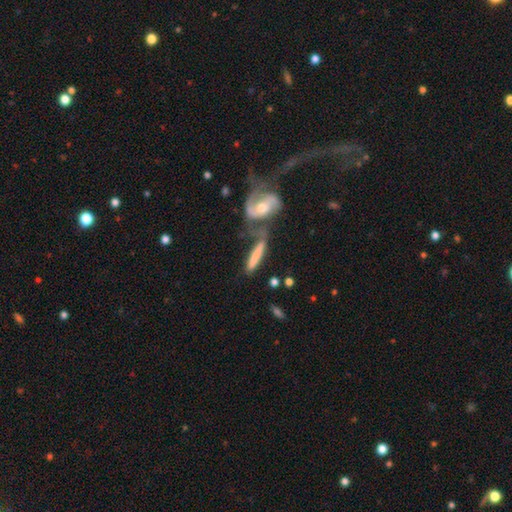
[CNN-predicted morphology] The model was most divided on "merging": merger: 39%, none: 35%, minor disturbance: 15%, major disturbance: 10%. More confident: how rounded — cigar-shaped (74%); smooth or featured — smooth (55%).